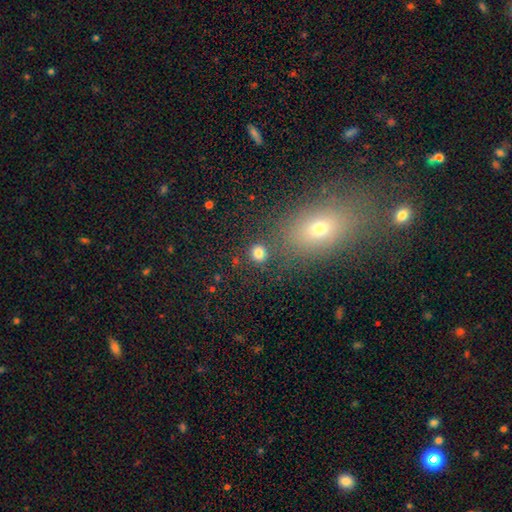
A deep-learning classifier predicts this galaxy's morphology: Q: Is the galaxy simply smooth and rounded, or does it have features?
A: smooth — 65%.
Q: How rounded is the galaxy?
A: round — 70%.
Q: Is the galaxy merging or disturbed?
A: none — 76%.